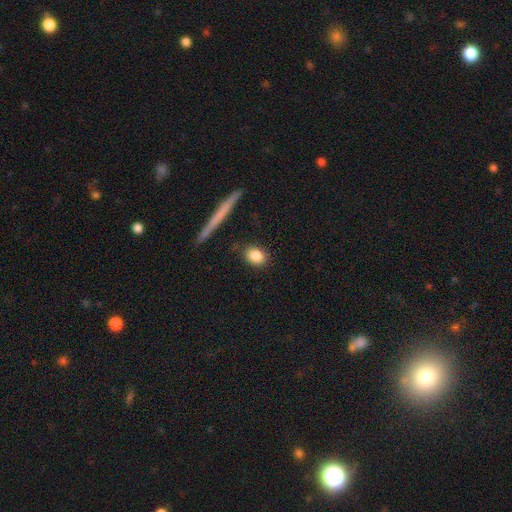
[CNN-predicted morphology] This is clearly a smooth galaxy (84%). How rounded: possibly in between (53%). Merging: clearly none (86%).